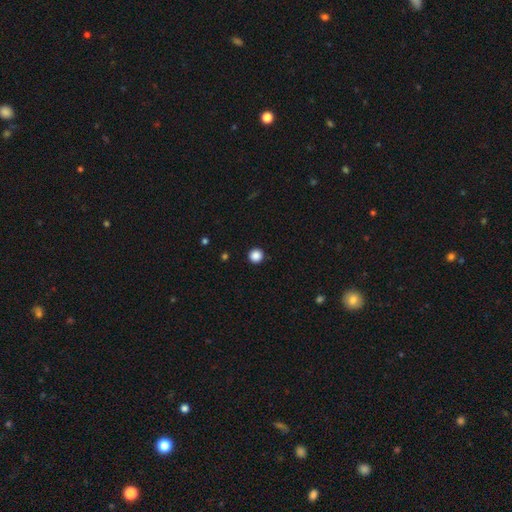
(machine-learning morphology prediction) Smooth or featured: smooth — 87% (star or artifact — 10%)
How rounded: round — 96% (in between — 3%)
Merging: none — 93% (minor disturbance — 4%)